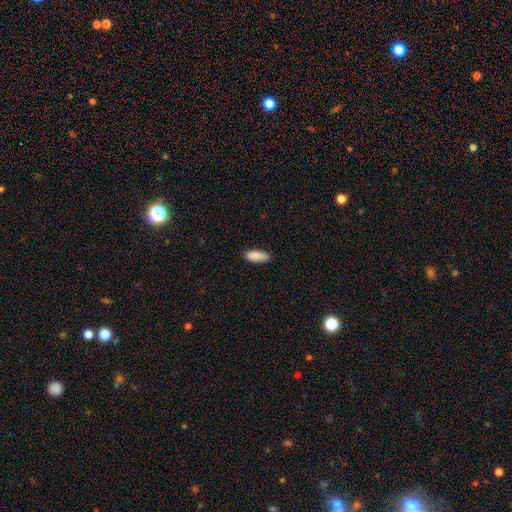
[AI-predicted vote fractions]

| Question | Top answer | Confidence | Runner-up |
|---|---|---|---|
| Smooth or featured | smooth | 89% | star or artifact (7%) |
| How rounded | in between | 80% | cigar-shaped (18%) |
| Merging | none | 84% | minor disturbance (13%) |